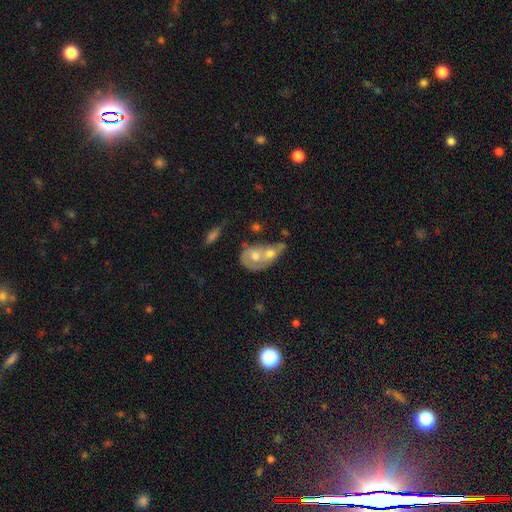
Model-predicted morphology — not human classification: This appears to be a featured or disk galaxy (49%). Merging: merger (68%).